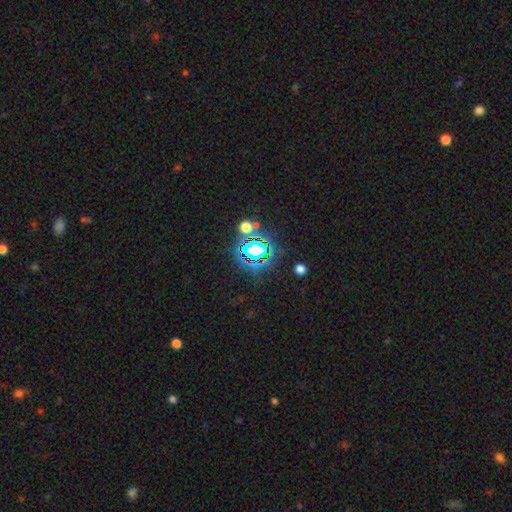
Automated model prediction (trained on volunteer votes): This appears to be a star or artifact, not a galaxy (81%).